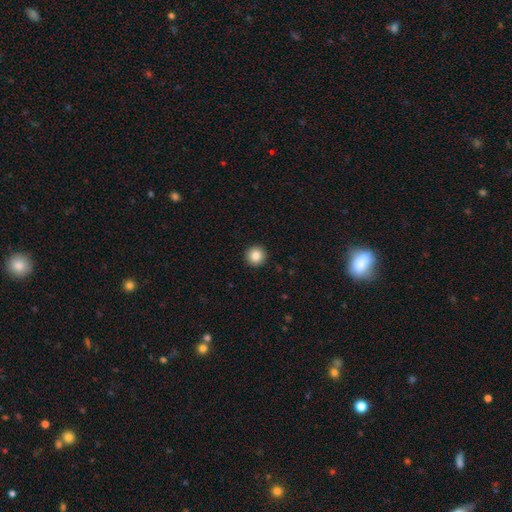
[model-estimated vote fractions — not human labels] smooth 85%, star or artifact 10%, featured or disk 5%. Down the decision tree: how rounded — round (96%); merging — none (93%).